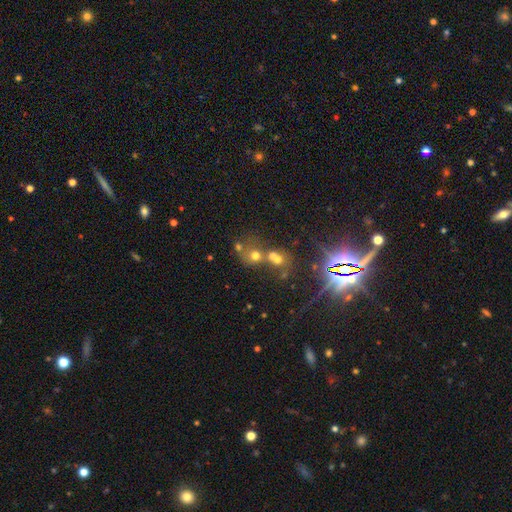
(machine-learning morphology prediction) smooth 47%, star or artifact 35%, featured or disk 18%. Down the decision tree: merging — merger (53%).